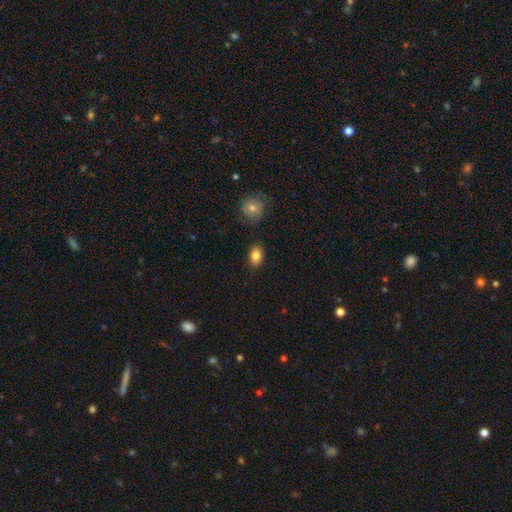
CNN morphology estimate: Smooth or featured? Predicted: smooth (p=0.84). How rounded? Predicted: in between (p=0.83). Merging? Predicted: none (p=0.86).